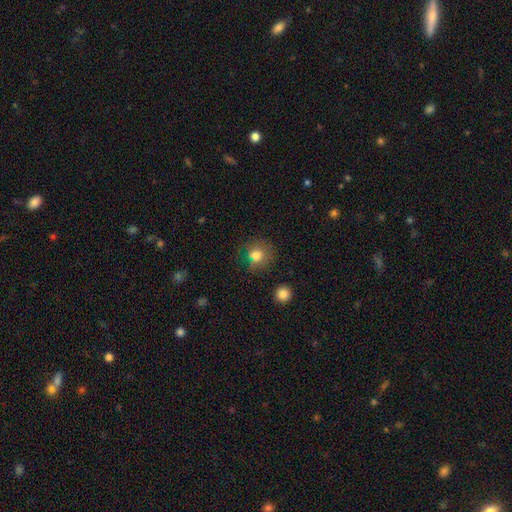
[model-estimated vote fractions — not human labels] smooth-or-featured: smooth: 79% | star or artifact: 12% | featured or disk: 9%
  how-rounded: round: 81% | in between: 18% | cigar-shaped: 1%
  merging: none: 71% | minor disturbance: 17% | major disturbance: 7% | merger: 5%